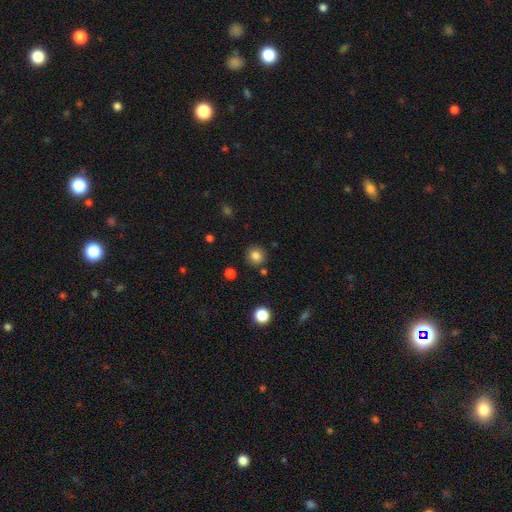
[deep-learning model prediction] A smooth galaxy with no disk features (83%) that is round (92%).

Vote fractions:
- Smooth or featured? smooth: 83% / star or artifact: 12% / featured or disk: 5%
- How rounded? round: 92% / in between: 7% / cigar-shaped: 1%
- Merging? none: 87% / minor disturbance: 7% / merger: 3% / major disturbance: 2%